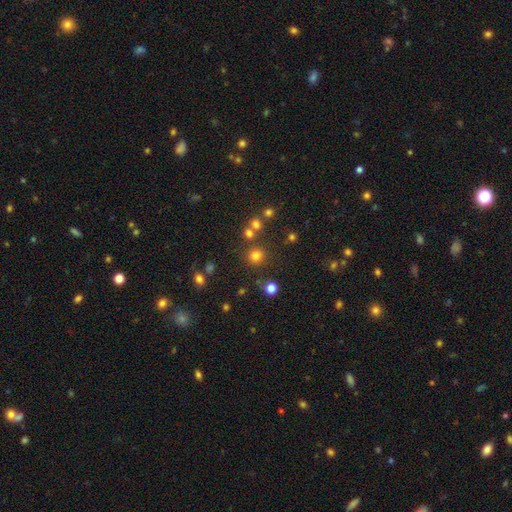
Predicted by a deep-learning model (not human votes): The model was most divided on "smooth or featured": smooth: 75%, star or artifact: 19%, featured or disk: 6%. More confident: how rounded — round (92%); merging — none (81%).